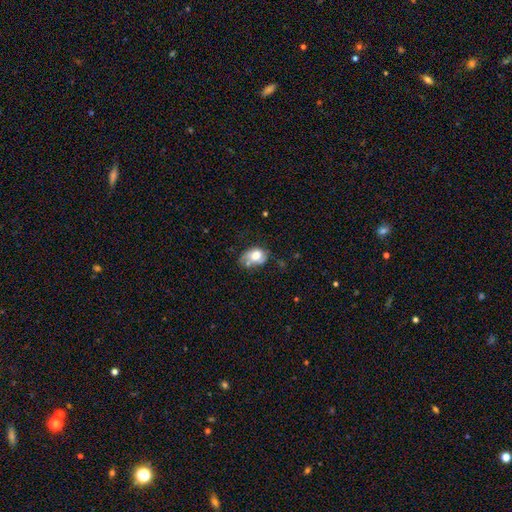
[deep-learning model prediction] smooth_or_featured: smooth (p=0.66) [alt: featured or disk p=0.26]
how_rounded: in between (p=0.77) [alt: round p=0.22]
merging: none (p=0.34) [tied with: minor disturbance p=0.34]